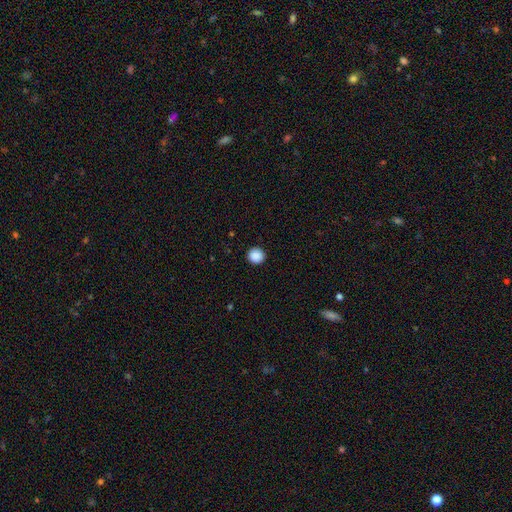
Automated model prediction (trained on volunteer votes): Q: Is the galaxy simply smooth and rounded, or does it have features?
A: smooth — 89%.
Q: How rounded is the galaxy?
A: round — 94%.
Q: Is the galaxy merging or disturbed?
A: none — 93%.